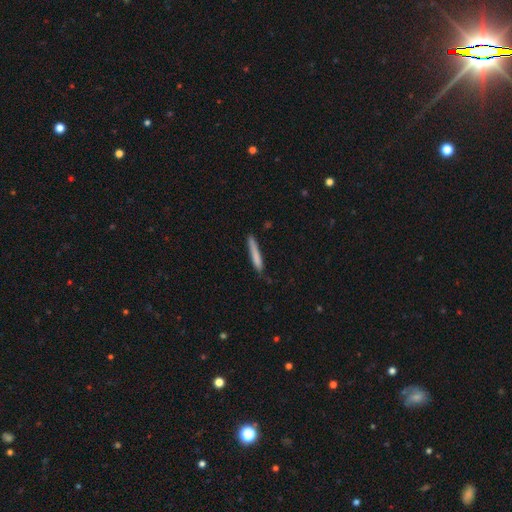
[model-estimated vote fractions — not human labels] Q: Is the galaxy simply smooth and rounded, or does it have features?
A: smooth — 78%.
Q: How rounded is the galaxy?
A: cigar-shaped — 95%.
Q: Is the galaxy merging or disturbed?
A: none — 78%.